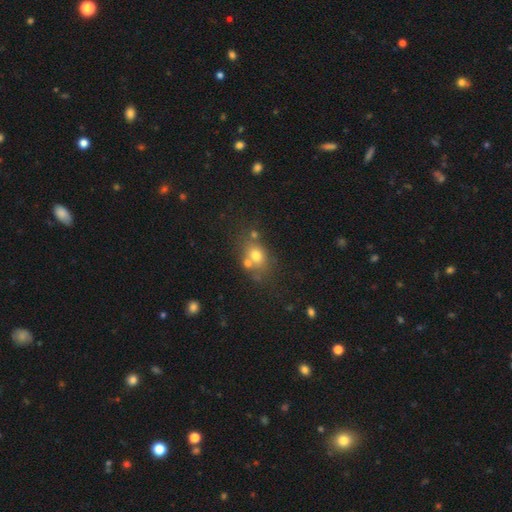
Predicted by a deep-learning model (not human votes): This appears to be a smooth galaxy with no disk features (69%) that is round (50%). Merging: none (56%).